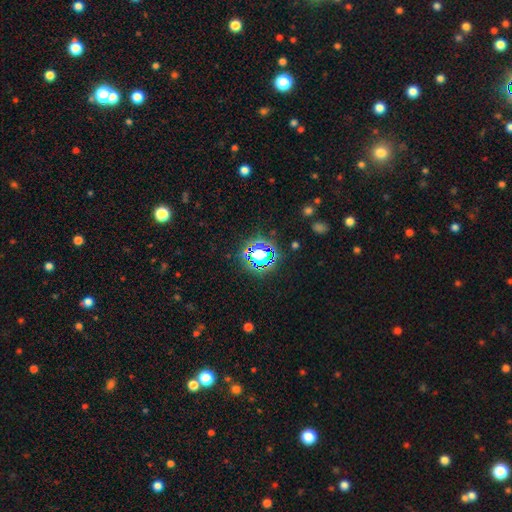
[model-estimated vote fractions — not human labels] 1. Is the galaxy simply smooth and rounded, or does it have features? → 64% star or artifact, 26% smooth, 11% featured or disk.